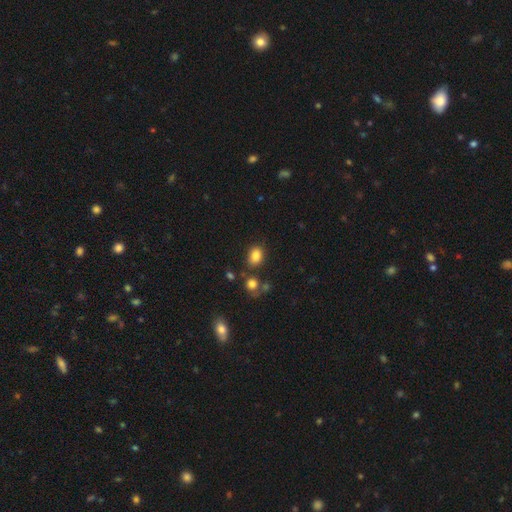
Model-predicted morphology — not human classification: Smooth or featured? smooth (84%)
How rounded? in between (72%)
Merging? none (75%)